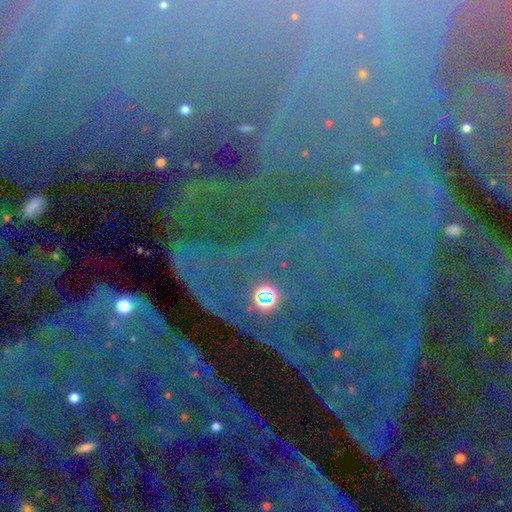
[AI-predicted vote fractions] Smooth or featured: star or artifact — 85% (featured or disk — 8%)